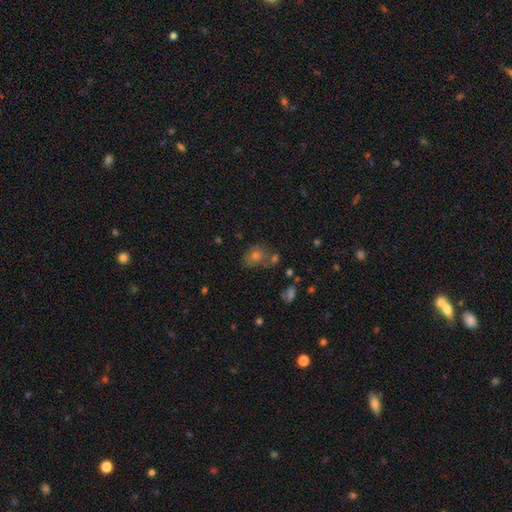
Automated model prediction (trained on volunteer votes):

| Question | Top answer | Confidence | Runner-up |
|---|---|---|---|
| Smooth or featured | smooth | 52% | featured or disk (24%) |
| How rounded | round | 61% | in between (38%) |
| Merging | none | 55% | minor disturbance (20%) |